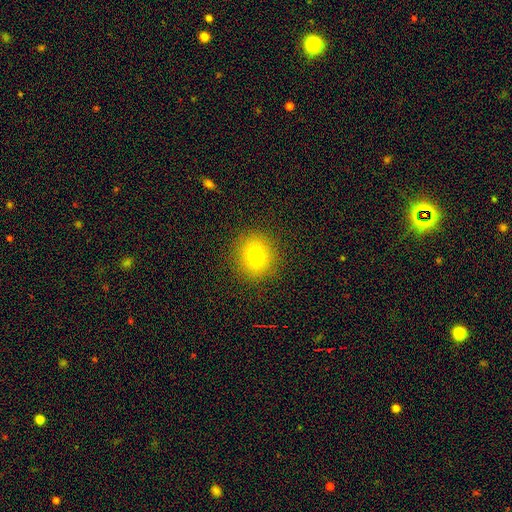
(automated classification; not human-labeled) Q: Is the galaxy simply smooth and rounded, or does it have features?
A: smooth — 77%.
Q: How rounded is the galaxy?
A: round — 87%.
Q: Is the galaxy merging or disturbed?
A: none — 89%.